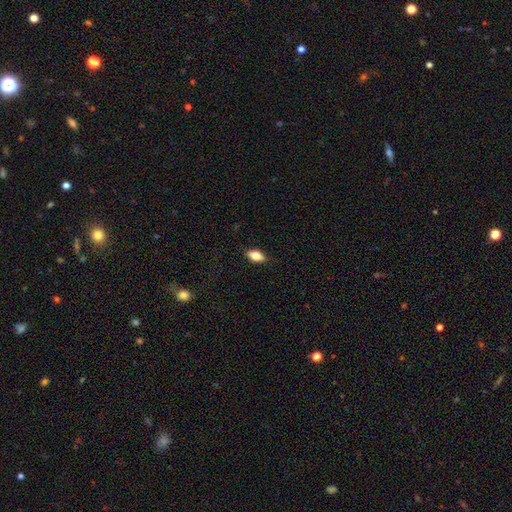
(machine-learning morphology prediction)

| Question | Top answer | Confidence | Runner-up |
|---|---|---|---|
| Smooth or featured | smooth | 77% | featured or disk (15%) |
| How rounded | in between | 87% | cigar-shaped (7%) |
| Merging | none | 86% | minor disturbance (11%) |